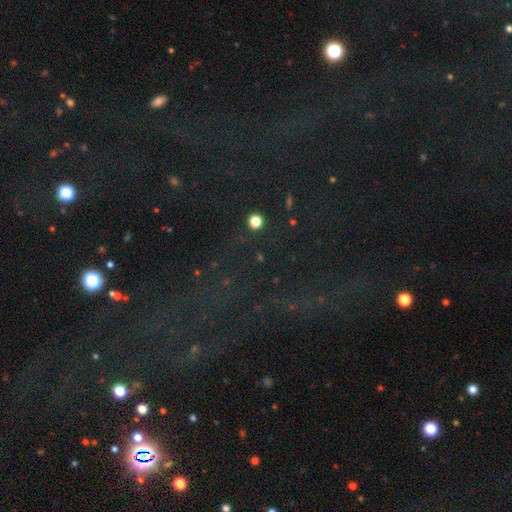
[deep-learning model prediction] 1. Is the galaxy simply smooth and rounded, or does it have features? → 77% star or artifact, 13% smooth, 11% featured or disk.